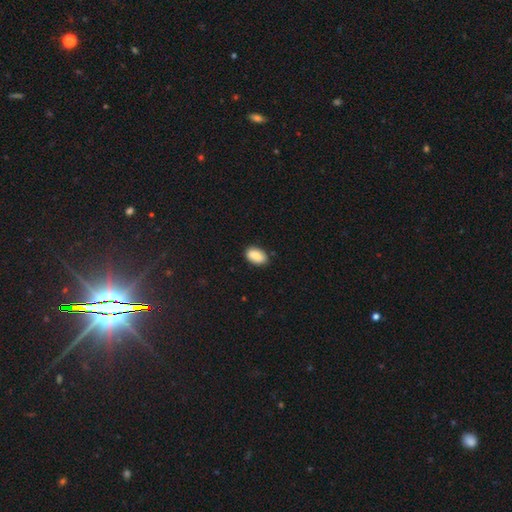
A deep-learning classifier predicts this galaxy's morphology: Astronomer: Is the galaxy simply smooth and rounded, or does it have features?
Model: smooth — 87%.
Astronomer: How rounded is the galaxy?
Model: in between — 92%.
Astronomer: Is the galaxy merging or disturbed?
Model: none — 85%.